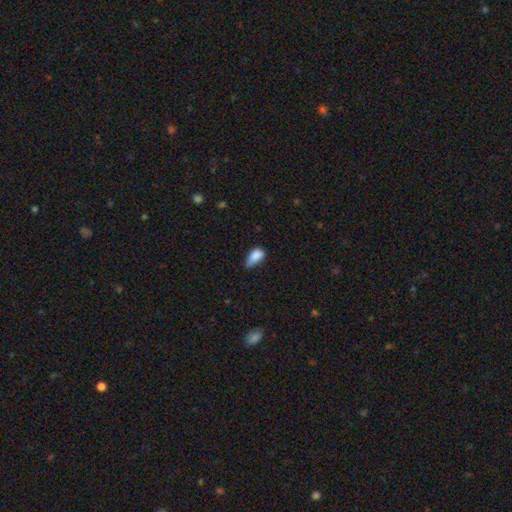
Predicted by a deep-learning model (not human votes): Smooth or featured? Predicted: smooth (p=0.82). How rounded? Predicted: in between (p=0.88). Merging? Predicted: minor disturbance (p=0.51).